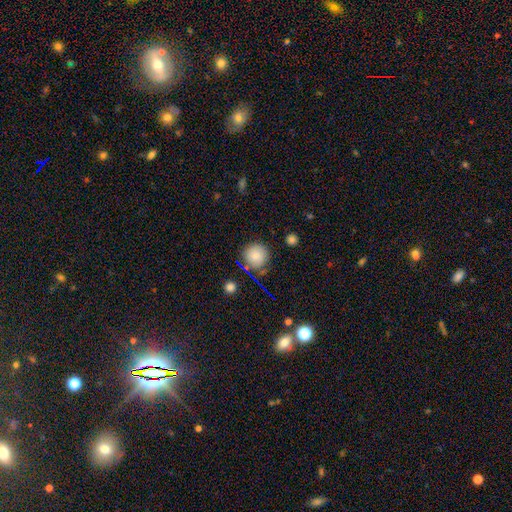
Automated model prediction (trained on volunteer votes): Smooth or featured? Predicted: smooth (p=0.78). How rounded? Predicted: round (p=0.92). Merging? Predicted: none (p=0.76).